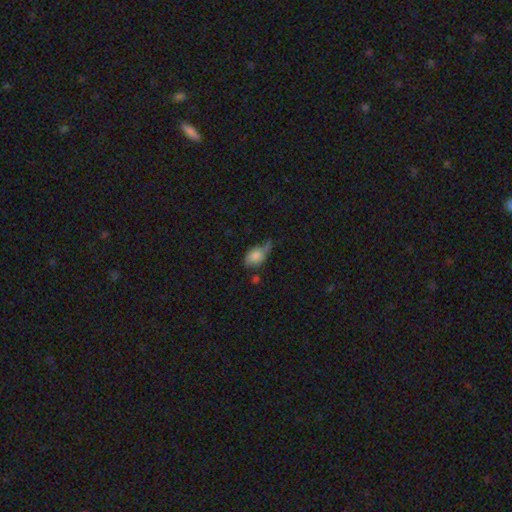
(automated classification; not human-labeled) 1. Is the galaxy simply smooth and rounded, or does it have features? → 74% smooth, 17% featured or disk, 9% star or artifact.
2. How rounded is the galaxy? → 75% in between, 23% round, 2% cigar-shaped.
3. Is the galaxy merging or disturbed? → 38% minor disturbance, 29% none, 24% major disturbance, 10% merger.